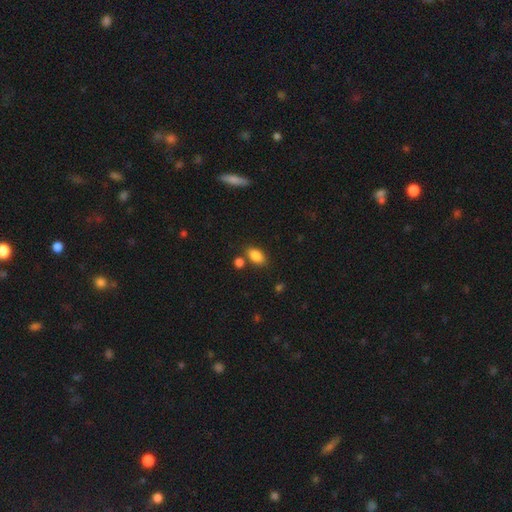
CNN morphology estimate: Smooth or featured? Predicted: smooth (p=0.86). How rounded? Predicted: in between (p=0.89). Merging? Predicted: none (p=0.73).